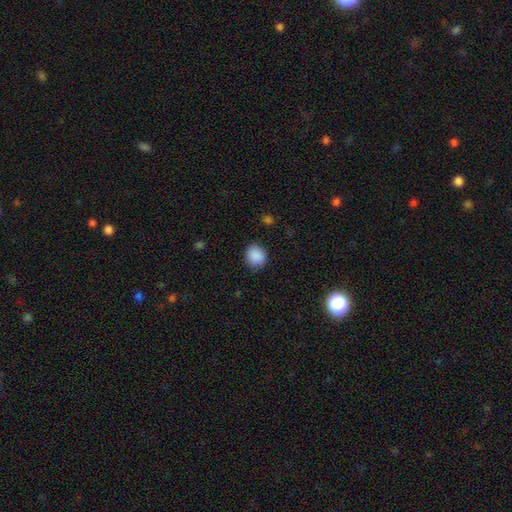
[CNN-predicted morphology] Q: Smooth or featured?
A: smooth (89%); runner-up: star or artifact (8%)
Q: How rounded?
A: round (80%); runner-up: in between (19%)
Q: Merging?
A: none (85%); runner-up: minor disturbance (11%)